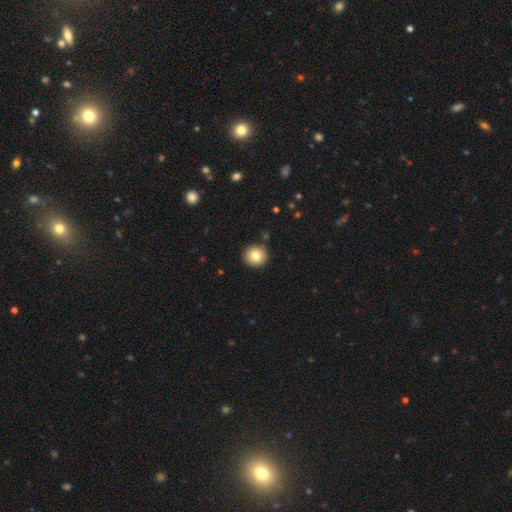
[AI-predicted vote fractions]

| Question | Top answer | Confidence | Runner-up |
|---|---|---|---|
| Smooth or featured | smooth | 81% | star or artifact (10%) |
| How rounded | round | 92% | in between (7%) |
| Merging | none | 90% | minor disturbance (6%) |